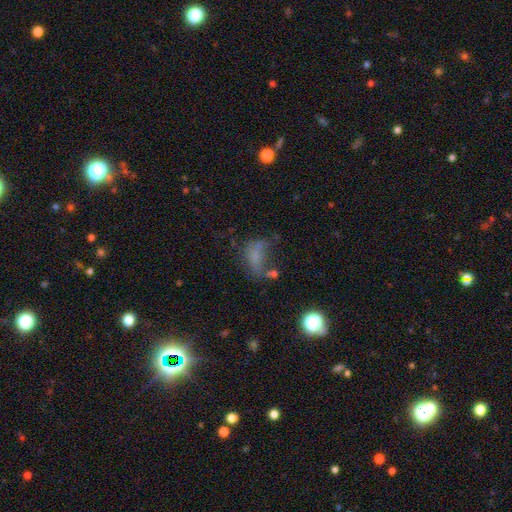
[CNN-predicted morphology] A smooth galaxy with no disk features (49%). Merging: major disturbance (35%).